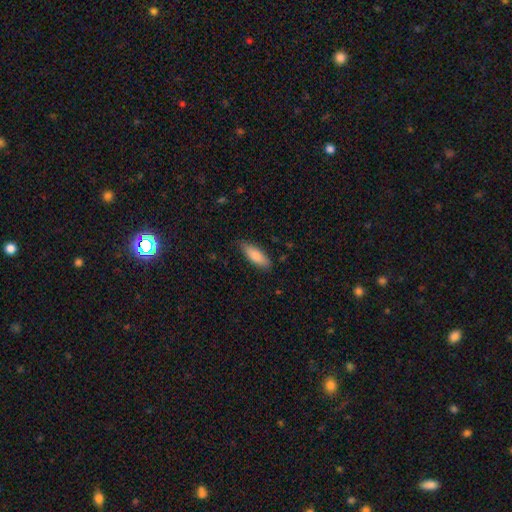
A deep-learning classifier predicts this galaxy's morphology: This is clearly a smooth galaxy (84%). How rounded: likely in between (65%). Merging: clearly none (83%).